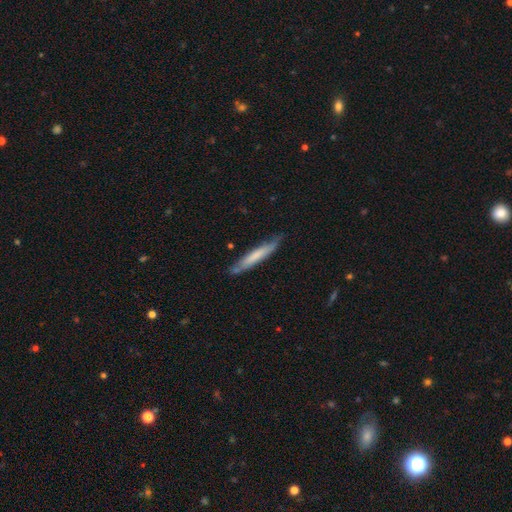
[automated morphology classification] Smooth or featured? Predicted: smooth (p=0.61). How rounded? Predicted: cigar-shaped (p=0.93). Merging? Predicted: none (p=0.74).